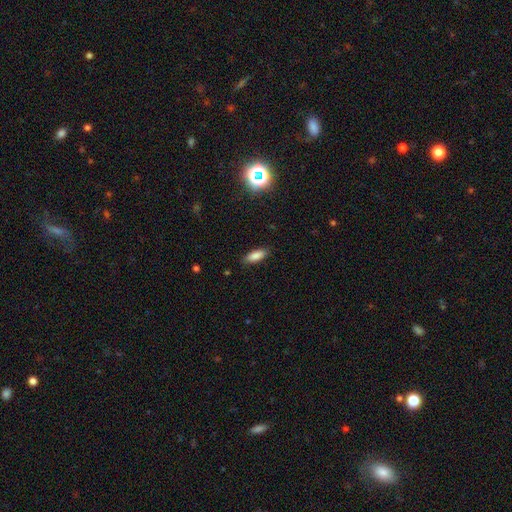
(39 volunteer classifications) smooth-or-featured: smooth: 87% | featured or disk: 8% | star or artifact: 5%
  how-rounded: in between: 68% | cigar-shaped: 32% | round: 0%
  merging: none: 86% | minor disturbance: 11% | major disturbance: 3% | merger: 0%